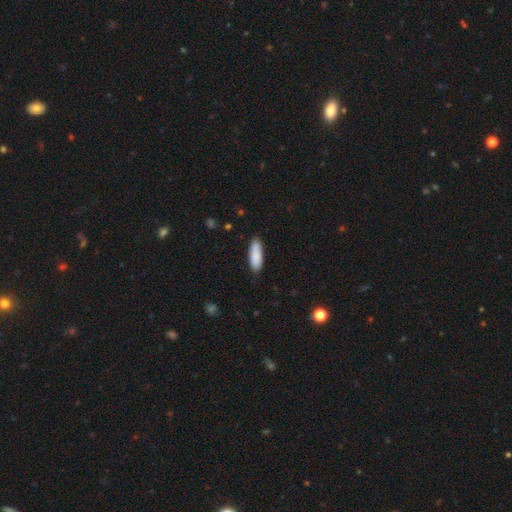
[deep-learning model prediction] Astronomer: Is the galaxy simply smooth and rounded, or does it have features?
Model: smooth — 87%.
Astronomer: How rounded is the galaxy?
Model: in between — 60% (runner-up: cigar-shaped, 38%).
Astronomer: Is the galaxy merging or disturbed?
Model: none — 83%.